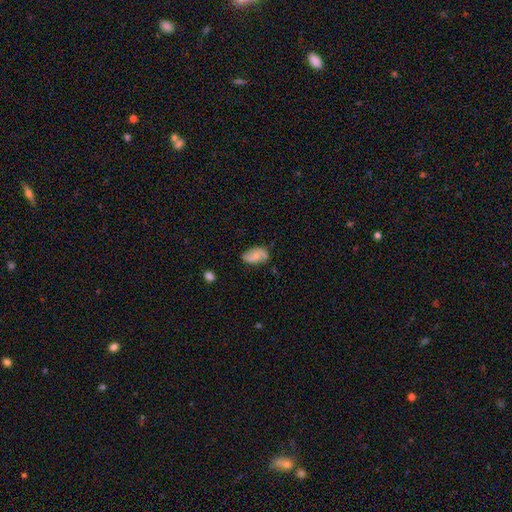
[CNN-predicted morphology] Smooth or featured? Predicted: smooth (p=0.55). How rounded? Predicted: in between (p=0.92). Merging? Predicted: none (p=0.66).